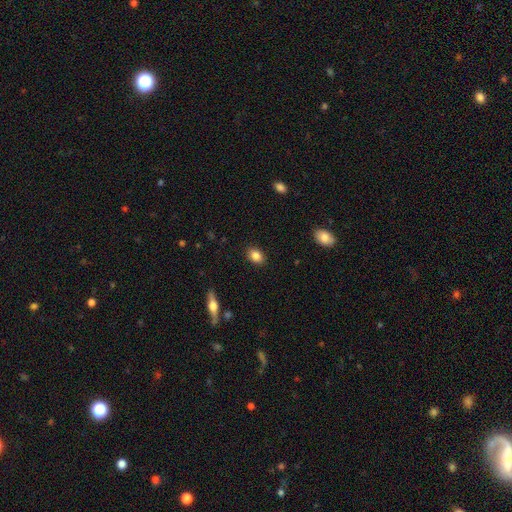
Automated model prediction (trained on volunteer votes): A smooth galaxy with no disk features (86%) that is in between round and cigar-shaped (76%).

Vote fractions:
- Smooth or featured? smooth: 86% / star or artifact: 8% / featured or disk: 6%
- How rounded? in between: 76% / round: 22% / cigar-shaped: 2%
- Merging? none: 89% / minor disturbance: 8% / major disturbance: 2% / merger: 1%